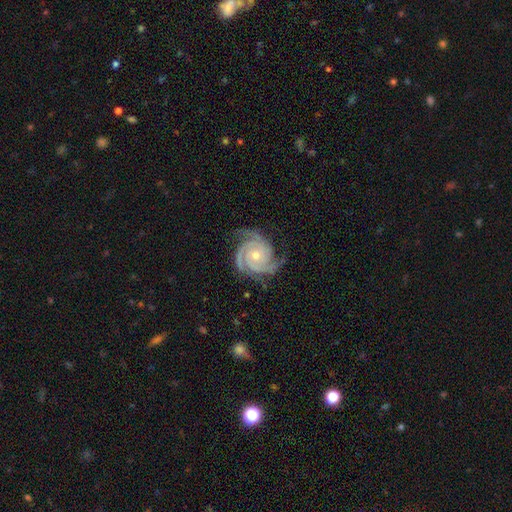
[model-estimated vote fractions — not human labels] Smooth or featured: featured or disk — 94% (star or artifact — 4%)
Edge-on disk: no — 98% (yes — 2%)
Bar: no — 77% (weak — 17%)
Spiral arms: yes — 99% (no — 1%)
Spiral winding: tight — 74% (medium — 24%)
Spiral arm count: 3 — 63% (2 — 14%)
Bulge size: small — 52% (moderate — 45%)
Merging: none — 78% (minor disturbance — 16%)